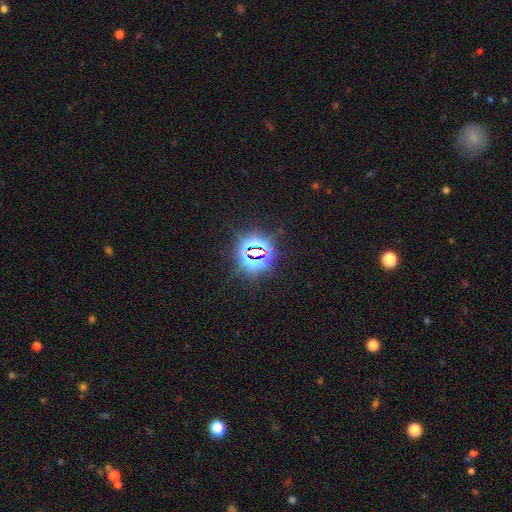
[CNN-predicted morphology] Smooth or featured? star or artifact (80%)